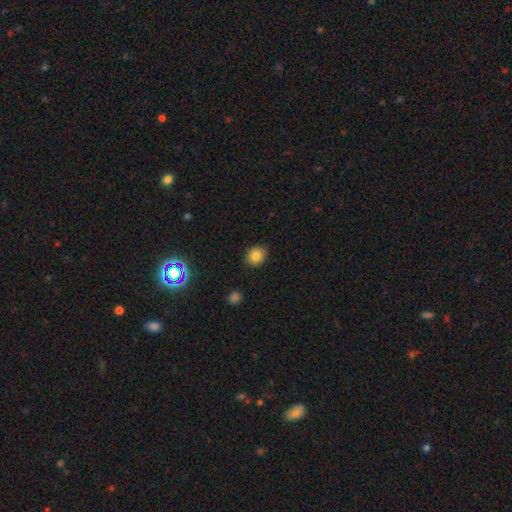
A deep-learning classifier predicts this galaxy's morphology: Smooth or featured? Predicted: smooth (p=0.83). How rounded? Predicted: round (p=0.61). Merging? Predicted: none (p=0.85).